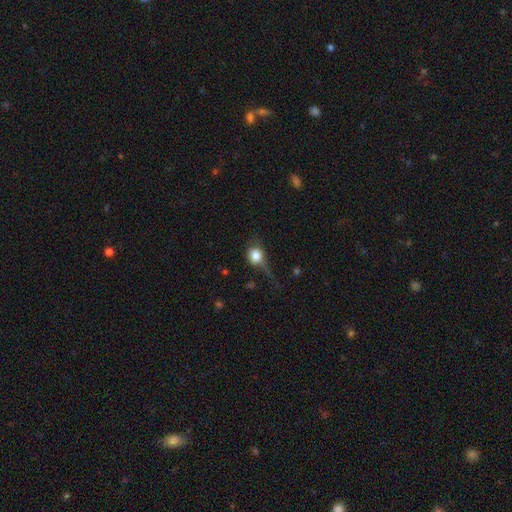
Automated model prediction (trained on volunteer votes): Smooth or featured?
  - smooth: 74% *
  - featured or disk: 15%
  - star or artifact: 10%
How rounded?
  - round: 73% *
  - in between: 25%
  - cigar-shaped: 2%
Merging?
  - none: 39% *
  - minor disturbance: 29%
  - major disturbance: 28%
  - merger: 4%